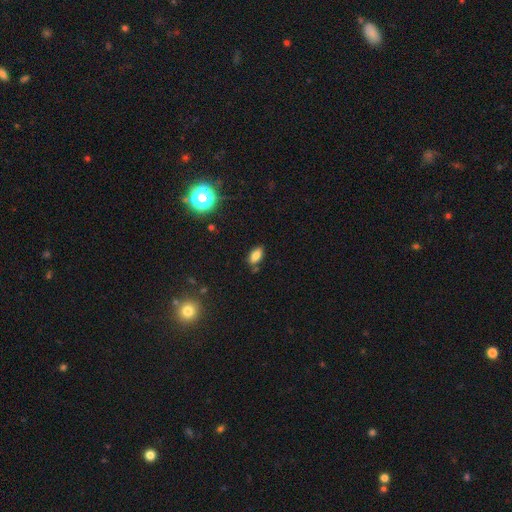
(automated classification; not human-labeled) The model was most divided on "merging": none: 75%, minor disturbance: 16%, merger: 5%, major disturbance: 4%. More confident: how rounded — in between (90%); smooth or featured — smooth (80%).